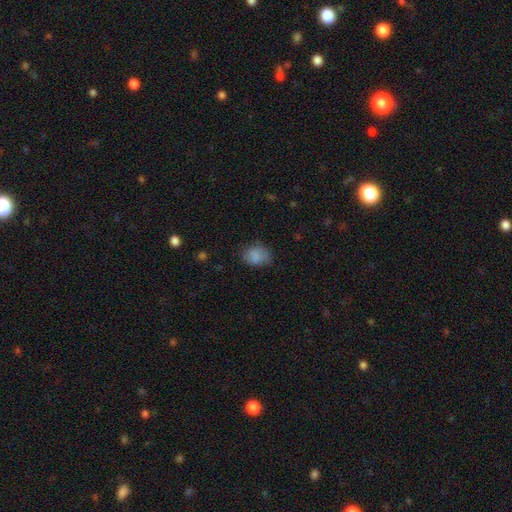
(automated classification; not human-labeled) Morphology: type=smooth (84%); roundness=in between (64%); merging=none (69%).